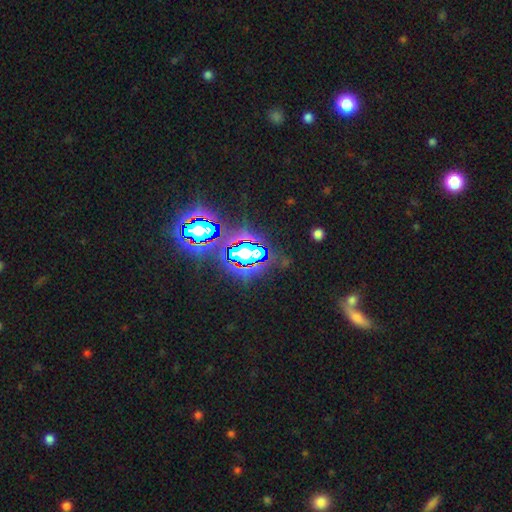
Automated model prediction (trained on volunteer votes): star or artifact 75%, smooth 14%, featured or disk 11%.